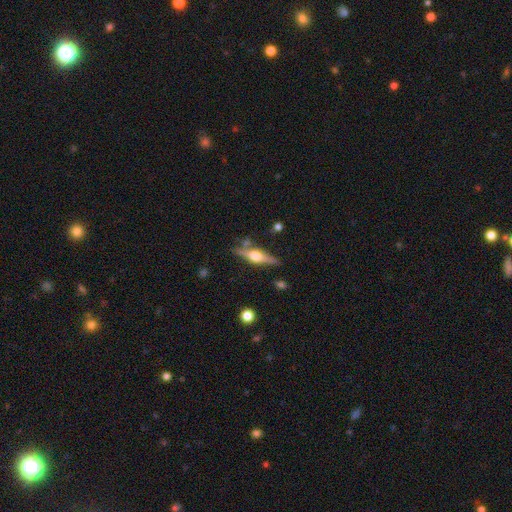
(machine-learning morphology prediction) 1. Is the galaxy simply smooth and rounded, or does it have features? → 74% featured or disk, 20% smooth, 6% star or artifact.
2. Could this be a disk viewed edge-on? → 97% yes, 3% no.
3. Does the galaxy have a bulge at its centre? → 93% rounded, 5% boxy, 2% none.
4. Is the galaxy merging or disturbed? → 80% none, 12% minor disturbance, 5% merger, 3% major disturbance.